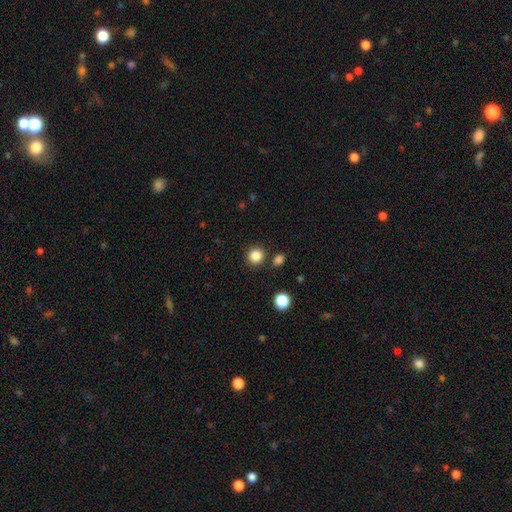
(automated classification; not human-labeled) Overall: smooth (85%). How rounded: round (89%). Merging: none (85%).